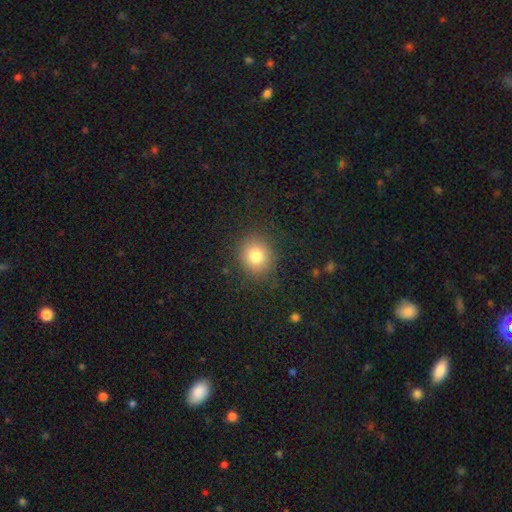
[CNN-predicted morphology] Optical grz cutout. It shows a smooth galaxy with no disk features (79%) that is round (79%). Merging: none (86%).